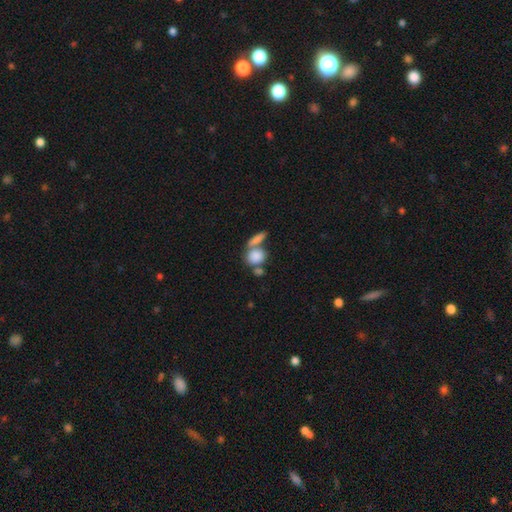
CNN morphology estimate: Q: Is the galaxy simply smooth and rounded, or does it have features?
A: smooth — 83%.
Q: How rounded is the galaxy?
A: round — 59%.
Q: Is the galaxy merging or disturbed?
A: merger — 46%.